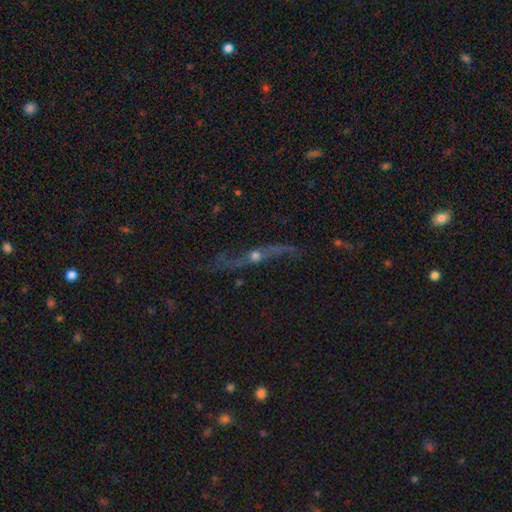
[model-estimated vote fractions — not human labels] Smooth or featured? featured or disk (76%)
Edge-on disk? yes (53%)
Merging? none (62%)